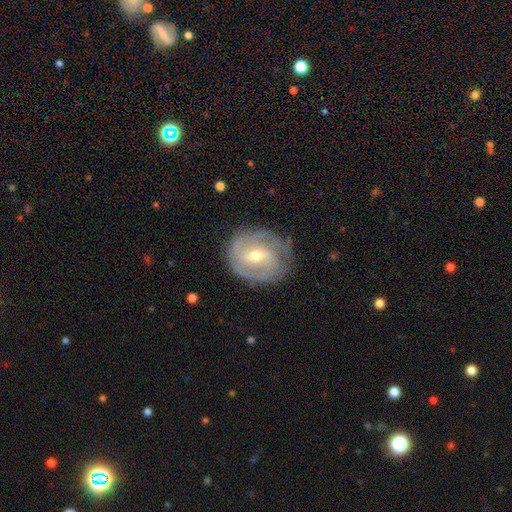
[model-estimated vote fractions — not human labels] Q: Smooth or featured?
A: featured or disk (84%); runner-up: smooth (11%)
Q: Edge-on disk?
A: no (97%); runner-up: yes (3%)
Q: Bar?
A: weak (54%); runner-up: no (24%)
Q: Spiral arms?
A: yes (93%); runner-up: no (7%)
Q: Spiral winding?
A: tight (56%); runner-up: medium (35%)
Q: Spiral arm count?
A: 2 (47%); runner-up: can't tell (21%)
Q: Bulge size?
A: moderate (56%); runner-up: small (41%)
Q: Merging?
A: none (75%); runner-up: minor disturbance (17%)